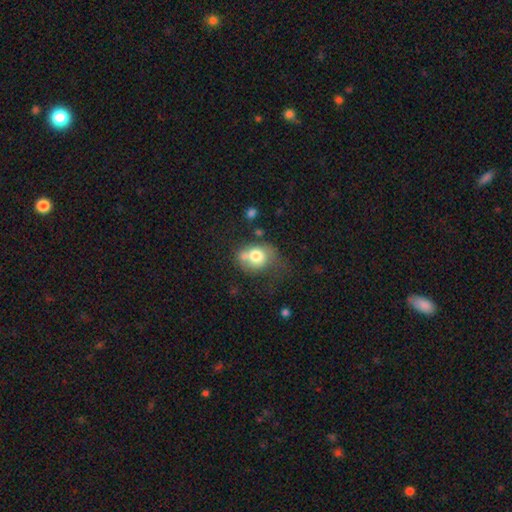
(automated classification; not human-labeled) smooth_or_featured: smooth (p=0.71) [alt: featured or disk p=0.20]
how_rounded: round (p=0.55) [alt: in between p=0.44]
merging: none (p=0.31) [alt: merger p=0.27]